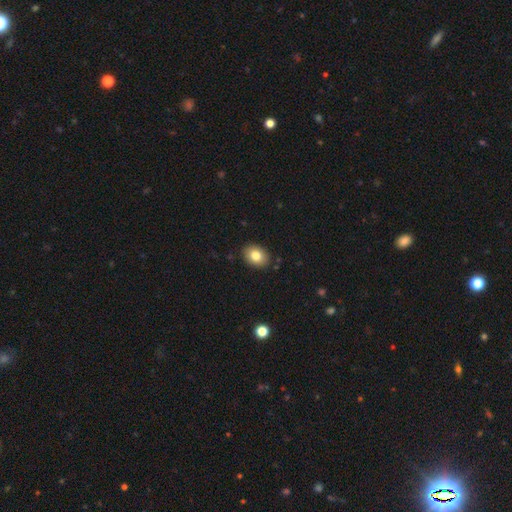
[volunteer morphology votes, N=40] smooth 95%, featured or disk 2%, star or artifact 2%. Down the decision tree: how rounded — in between (68%); merging — none (95%).